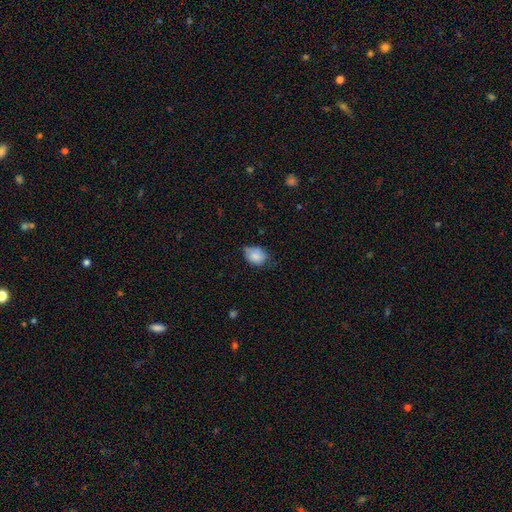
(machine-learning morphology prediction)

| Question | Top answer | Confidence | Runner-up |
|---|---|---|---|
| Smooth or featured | smooth | 81% | featured or disk (11%) |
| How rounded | in between | 63% | round (36%) |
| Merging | none | 50% | minor disturbance (40%) |